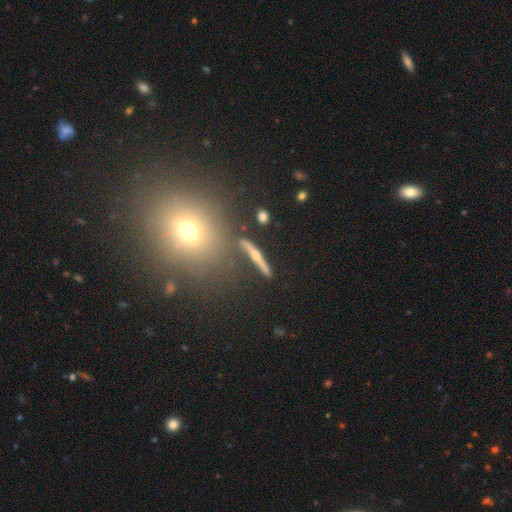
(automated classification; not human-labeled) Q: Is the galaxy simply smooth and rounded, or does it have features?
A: featured or disk — 62%.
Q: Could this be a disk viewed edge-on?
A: yes — 90%.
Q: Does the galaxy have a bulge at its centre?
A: rounded — 87%.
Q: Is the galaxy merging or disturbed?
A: none — 80%.